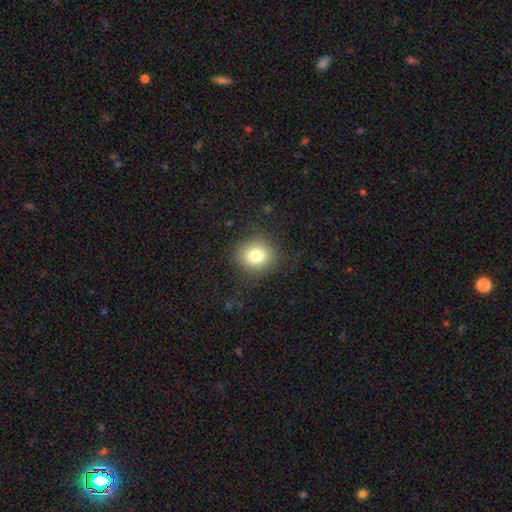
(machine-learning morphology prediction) This is likely a smooth galaxy (79%). How rounded: clearly round (84%). Merging: clearly none (84%).